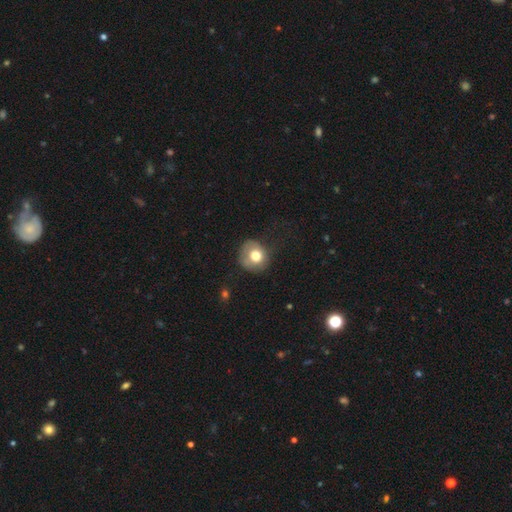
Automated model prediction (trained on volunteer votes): A smooth galaxy with no disk features (73%) that is round (80%). Merging: none (55%).